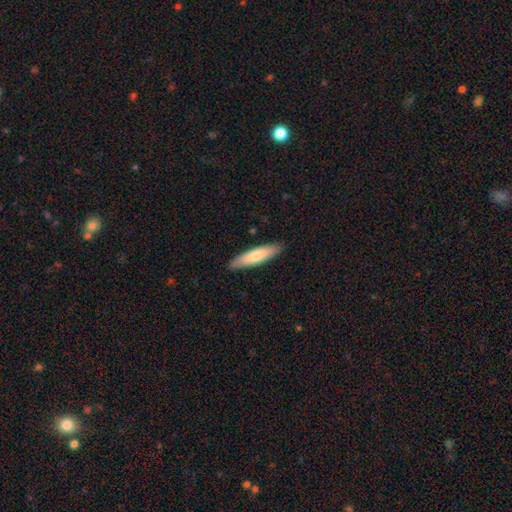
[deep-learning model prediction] Smooth or featured? smooth (72%)
How rounded? cigar-shaped (76%)
Merging? none (89%)